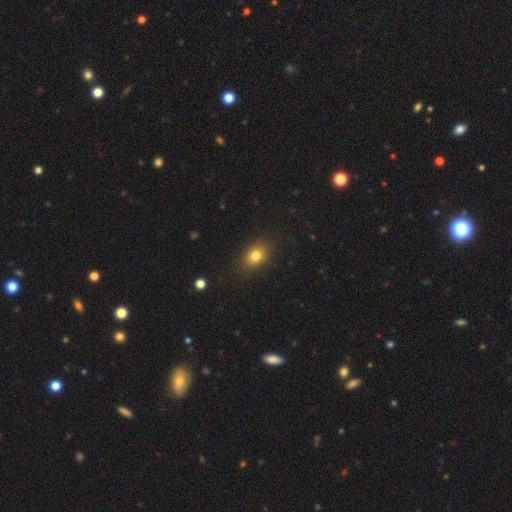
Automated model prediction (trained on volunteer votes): Smooth or featured?
  - smooth: 81% *
  - star or artifact: 11%
  - featured or disk: 8%
How rounded?
  - in between: 63% *
  - round: 36%
  - cigar-shaped: 1%
Merging?
  - none: 84% *
  - minor disturbance: 11%
  - major disturbance: 3%
  - merger: 1%